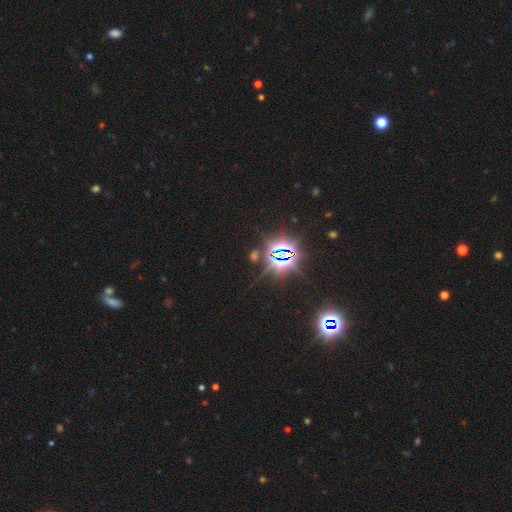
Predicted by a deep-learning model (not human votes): star or artifact 83%, smooth 10%, featured or disk 7%.